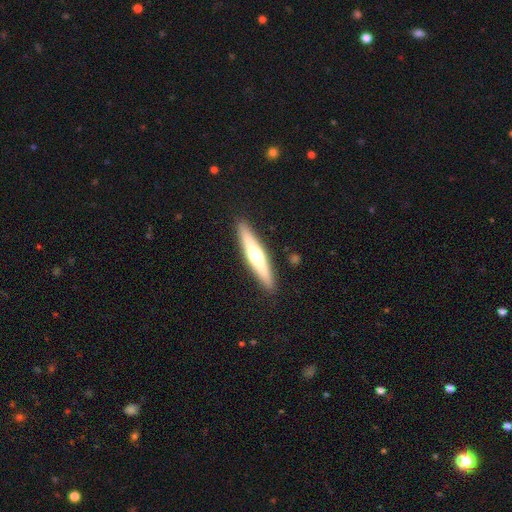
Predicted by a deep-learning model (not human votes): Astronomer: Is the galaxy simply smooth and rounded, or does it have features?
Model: featured or disk — 56% (runner-up: smooth, 39%).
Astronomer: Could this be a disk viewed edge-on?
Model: yes — 96%.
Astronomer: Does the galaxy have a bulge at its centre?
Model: rounded — 89%.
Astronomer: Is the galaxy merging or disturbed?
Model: none — 91%.